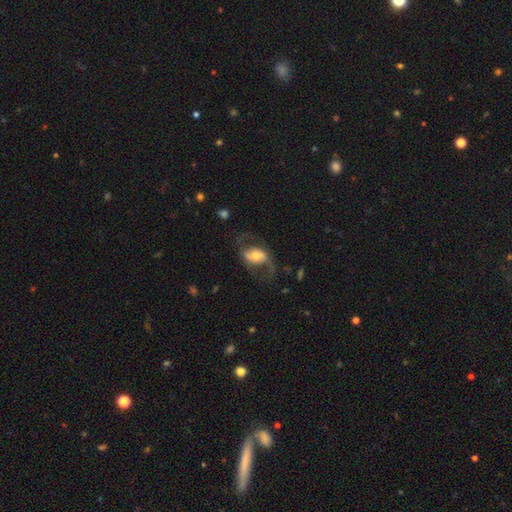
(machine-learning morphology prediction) This appears to be a featured or disk galaxy (71%) with no bar (37%), 2 (88%) loose (54%) spiral arms (85%) and a moderate central bulge (58%). Merging: none (60%).